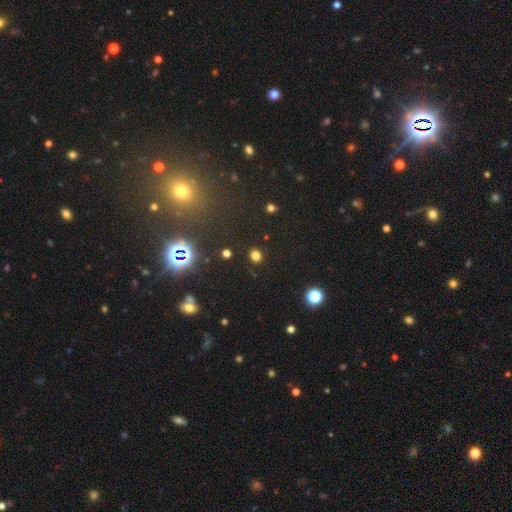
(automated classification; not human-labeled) Smooth or featured? Predicted: smooth (p=0.74). How rounded? Predicted: round (p=0.76). Merging? Predicted: none (p=0.89).